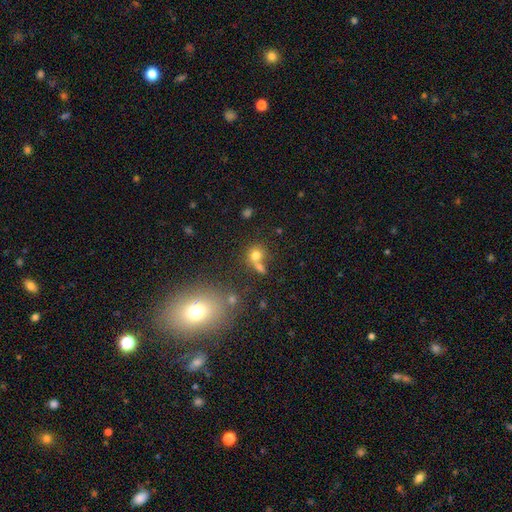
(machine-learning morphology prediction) This appears to be a smooth galaxy with no disk features (73%) that is round (79%). Merging: none (46%).